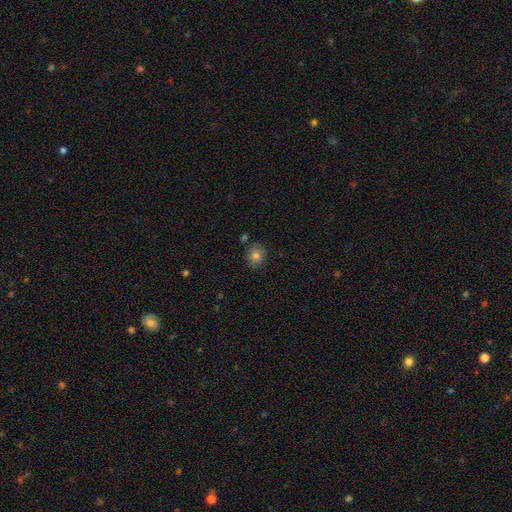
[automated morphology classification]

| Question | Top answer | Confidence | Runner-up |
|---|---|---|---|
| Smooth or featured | smooth | 80% | star or artifact (11%) |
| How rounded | round | 61% | in between (38%) |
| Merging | none | 81% | minor disturbance (12%) |